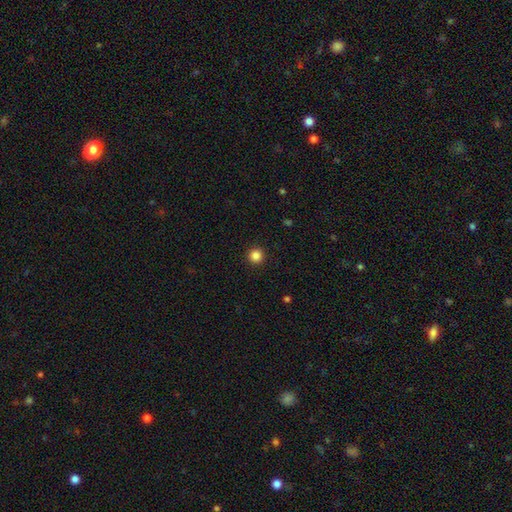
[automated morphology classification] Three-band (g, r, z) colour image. It shows a smooth galaxy with no disk features (84%) that is round (96%). Merging: none (94%).